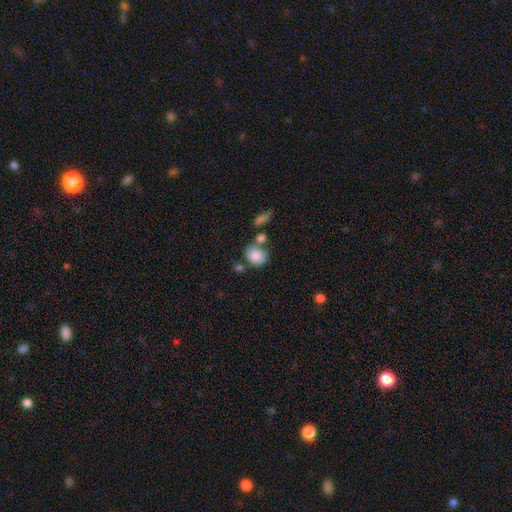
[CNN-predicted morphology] Smooth or featured: smooth — 81% (featured or disk — 10%)
How rounded: round — 68% (in between — 31%)
Merging: none — 56% (merger — 24%)